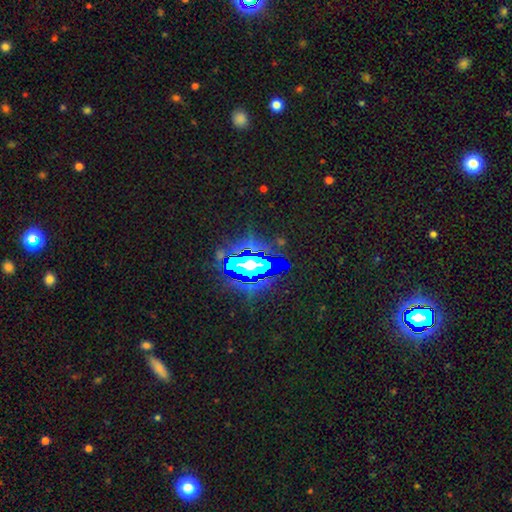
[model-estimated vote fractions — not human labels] Smooth or featured?
  - star or artifact: 70% *
  - smooth: 17%
  - featured or disk: 14%